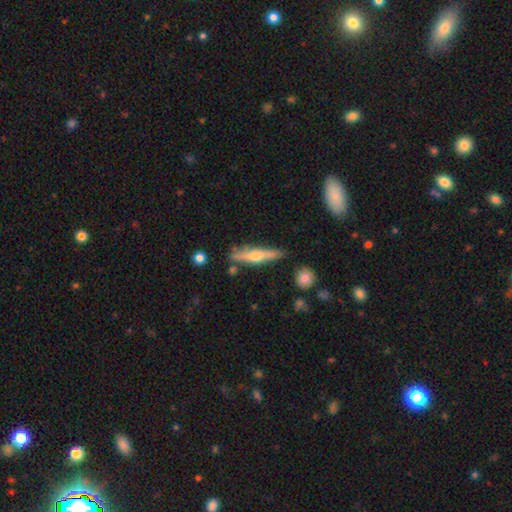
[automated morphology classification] Smooth or featured?
  - featured or disk: 60% *
  - smooth: 34%
  - star or artifact: 6%
Edge-on disk?
  - yes: 94% *
  - no: 6%
Edge-on bulge?
  - rounded: 89% *
  - none: 6%
  - boxy: 5%
Merging?
  - none: 79% *
  - minor disturbance: 14%
  - merger: 4%
  - major disturbance: 3%